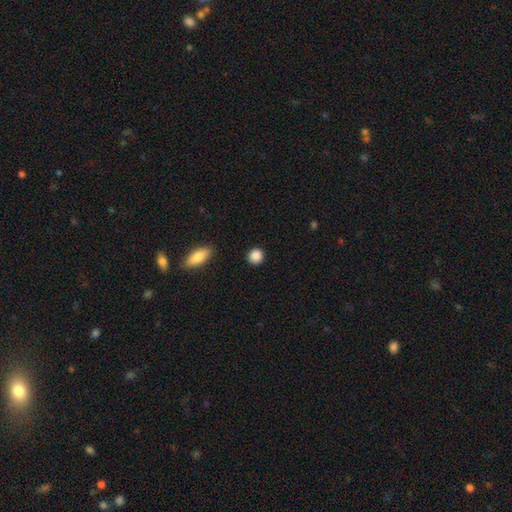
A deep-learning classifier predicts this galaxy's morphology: Smooth or featured? smooth (88%)
How rounded? round (86%)
Merging? none (89%)